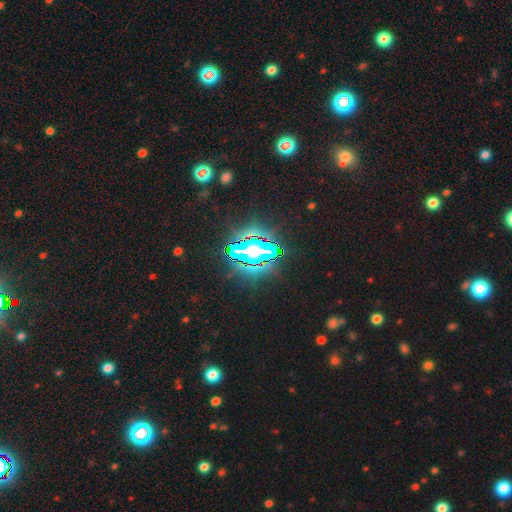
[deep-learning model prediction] A star or artifact, not a galaxy (80%).

Vote fractions:
- Smooth or featured? star or artifact: 80% / smooth: 11% / featured or disk: 9%